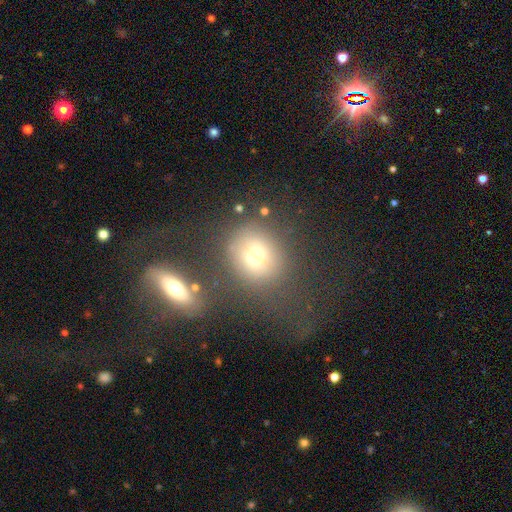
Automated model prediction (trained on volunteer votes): Smooth or featured?
  - smooth: 67% *
  - featured or disk: 20%
  - star or artifact: 13%
How rounded?
  - round: 68% *
  - in between: 30%
  - cigar-shaped: 2%
Merging?
  - none: 56% *
  - merger: 16%
  - minor disturbance: 16%
  - major disturbance: 13%